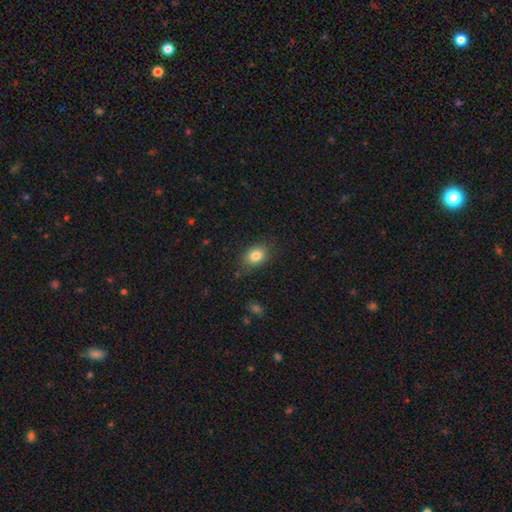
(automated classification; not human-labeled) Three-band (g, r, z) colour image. It shows a smooth galaxy with no disk features (83%) that is in between round and cigar-shaped (68%). Merging: none (82%).